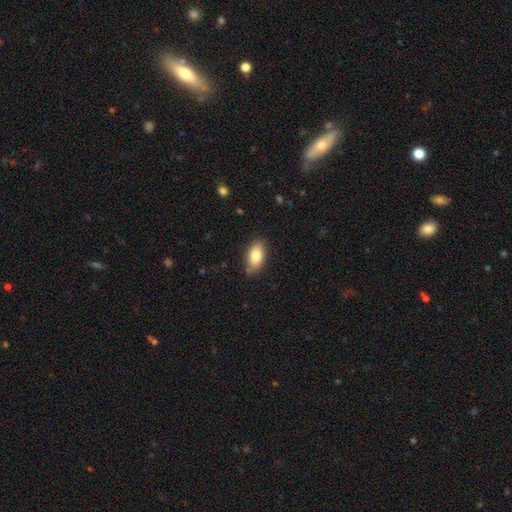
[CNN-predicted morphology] Smooth or featured? Predicted: smooth (p=0.83). How rounded? Predicted: in between (p=0.91). Merging? Predicted: none (p=0.83).